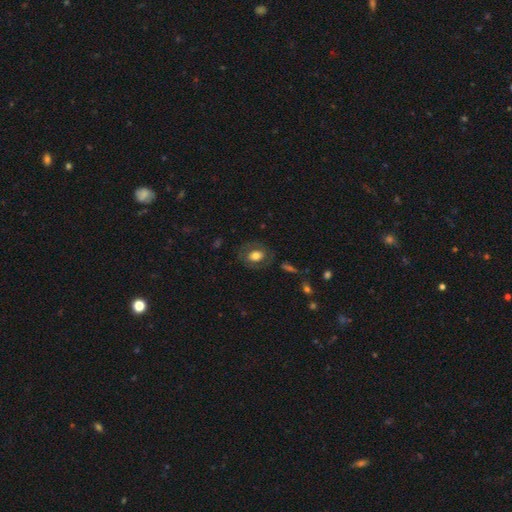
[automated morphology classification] Smooth or featured? smooth (62%)
How rounded? in between (62%)
Merging? none (77%)